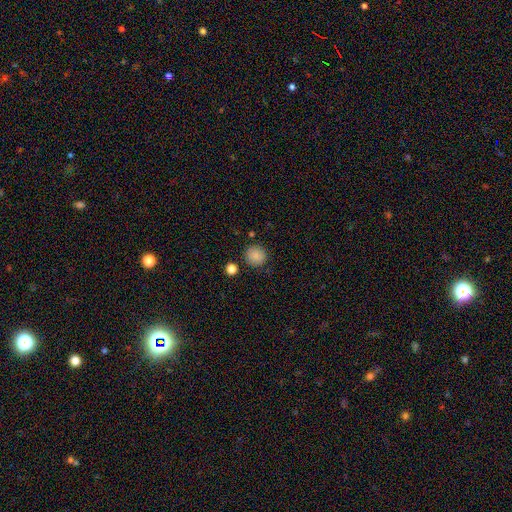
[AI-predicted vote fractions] This appears to be a smooth galaxy with no disk features (87%) that is round (93%). Merging: none (88%).